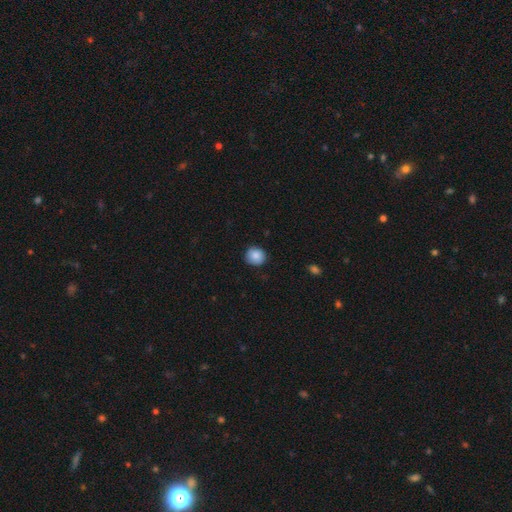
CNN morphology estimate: smooth_or_featured: smooth (p=0.86) [alt: star or artifact p=0.08]
how_rounded: round (p=0.88) [alt: in between p=0.11]
merging: none (p=0.87) [alt: minor disturbance p=0.10]